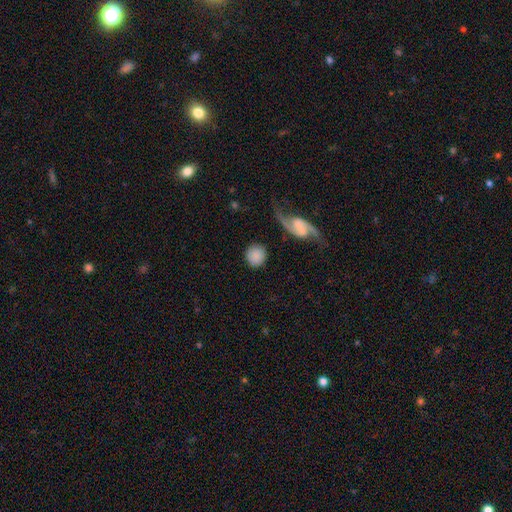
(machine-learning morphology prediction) A smooth galaxy with no disk features (74%) that is round (88%).

Vote fractions:
- Smooth or featured? smooth: 74% / featured or disk: 18% / star or artifact: 8%
- How rounded? round: 88% / in between: 11% / cigar-shaped: 1%
- Merging? none: 79% / minor disturbance: 10% / major disturbance: 6% / merger: 5%